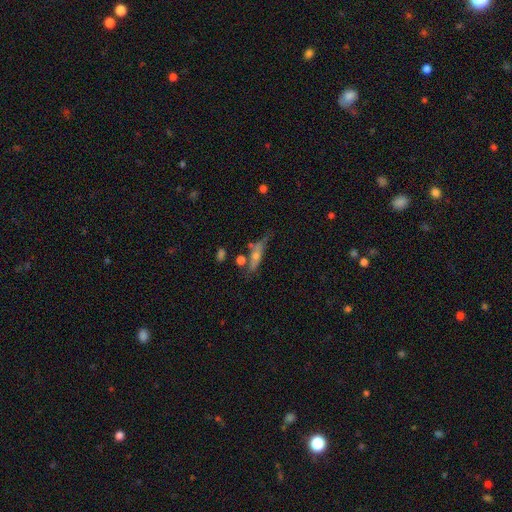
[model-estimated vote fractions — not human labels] smooth-or-featured: featured or disk: 49% | smooth: 39% | star or artifact: 11%
  merging: none: 52% | minor disturbance: 24% | merger: 12% | major disturbance: 12%